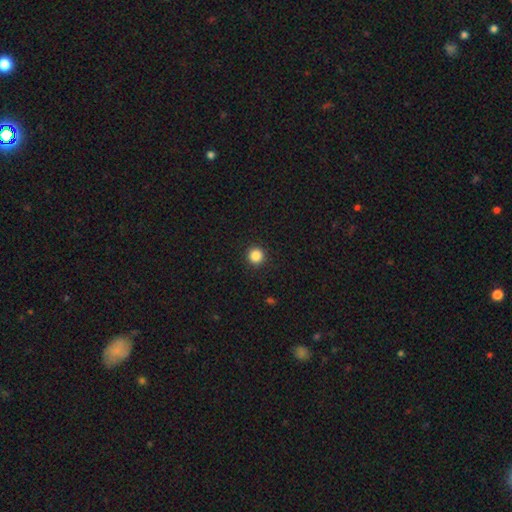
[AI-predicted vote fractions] Q: Smooth or featured?
A: smooth (86%); runner-up: star or artifact (11%)
Q: How rounded?
A: round (95%); runner-up: in between (4%)
Q: Merging?
A: none (93%); runner-up: minor disturbance (5%)